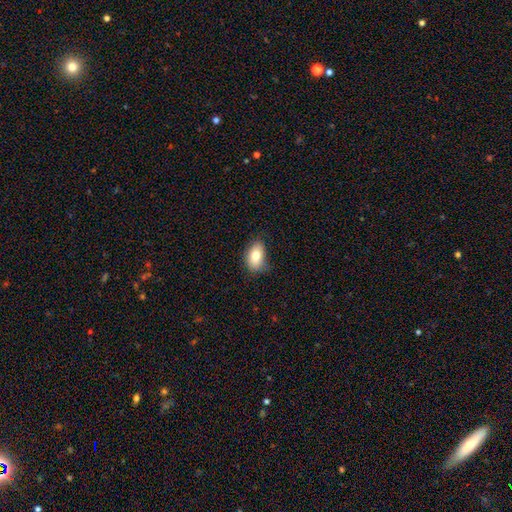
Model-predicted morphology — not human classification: A smooth galaxy with no disk features (79%) that is in between round and cigar-shaped (88%). Merging: none (74%).